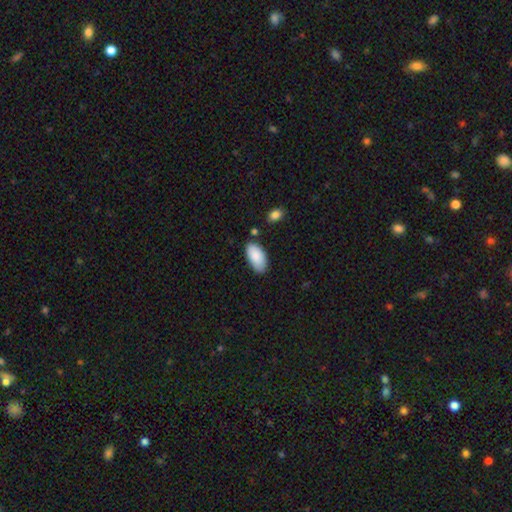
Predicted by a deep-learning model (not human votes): A smooth galaxy with no disk features (87%) that is in between round and cigar-shaped (95%). Merging: none (76%).